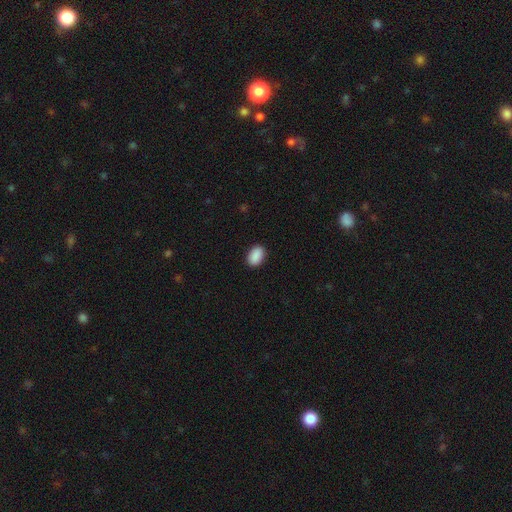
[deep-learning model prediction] Smooth or featured: smooth — 90% (star or artifact — 7%)
How rounded: in between — 88% (round — 10%)
Merging: none — 90% (minor disturbance — 7%)